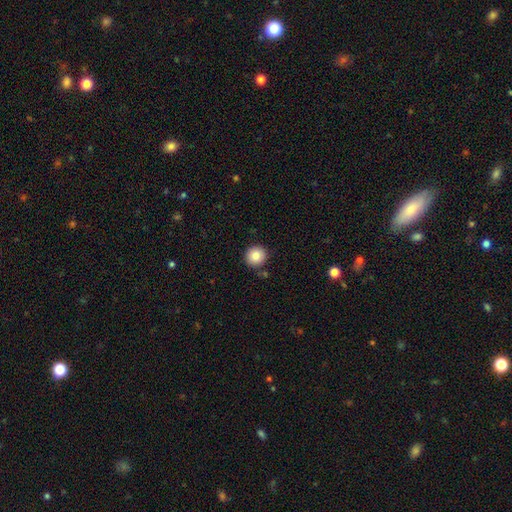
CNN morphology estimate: Smooth or featured? smooth (84%)
How rounded? round (93%)
Merging? none (88%)